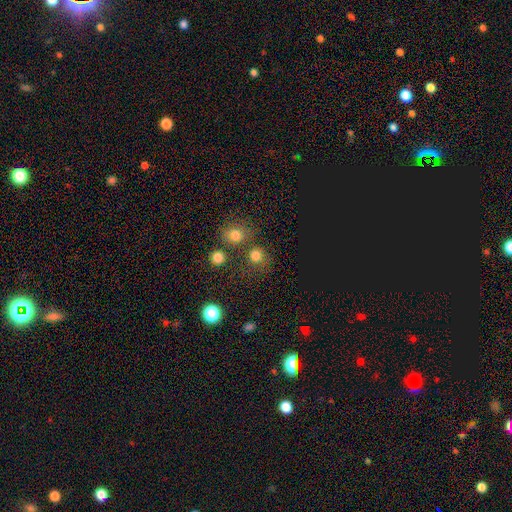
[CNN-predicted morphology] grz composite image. It shows a smooth galaxy with no disk features (75%) that is round (87%). Merging: none (67%).